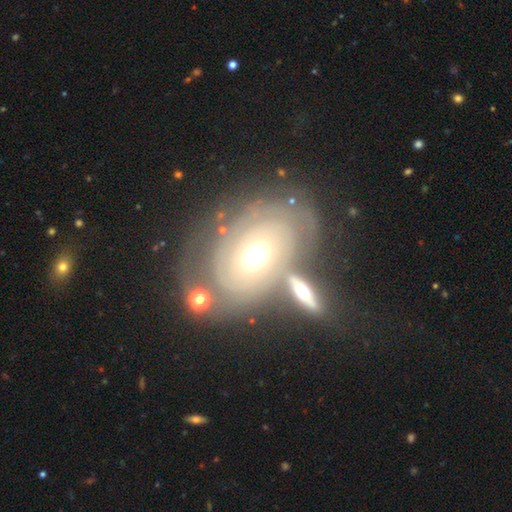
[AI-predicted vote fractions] smooth-or-featured: featured or disk: 74% | smooth: 18% | star or artifact: 7%
  disk-edge-on: no: 93% | yes: 7%
    bar: no: 78% | weak: 17% | strong: 5%
    has-spiral-arms: yes: 77% | no: 23%
      spiral-winding: tight: 77% | medium: 17% | loose: 6%
      spiral-arm-count: can't tell: 51% | 2: 22% | 3: 10% | more than 4: 6% | 4: 6% | 1: 5%
    bulge-size: moderate: 69% | large: 16% | small: 12% | dominant: 2% | none: 1%
  merging: none: 54% | merger: 19% | minor disturbance: 17% | major disturbance: 10%